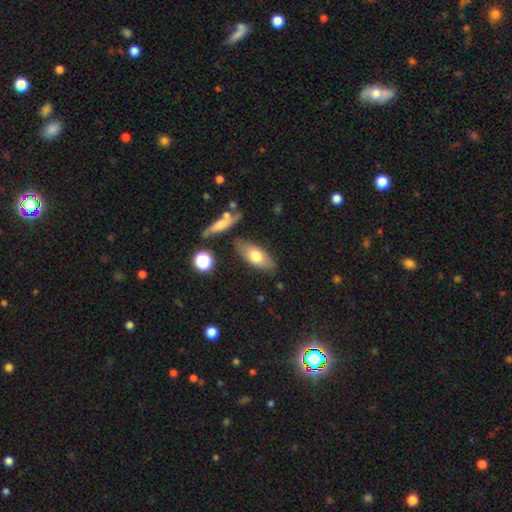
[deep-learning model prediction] Smooth or featured: smooth — 66% (featured or disk — 27%)
How rounded: in between — 78% (cigar-shaped — 18%)
Merging: none — 76% (minor disturbance — 15%)